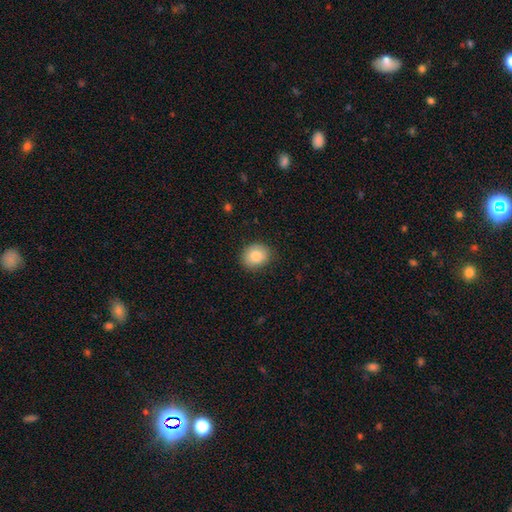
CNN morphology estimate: Smooth or featured?
  - smooth: 84% *
  - star or artifact: 8%
  - featured or disk: 8%
How rounded?
  - round: 67% *
  - in between: 32%
  - cigar-shaped: 1%
Merging?
  - none: 87% *
  - minor disturbance: 10%
  - major disturbance: 2%
  - merger: 1%